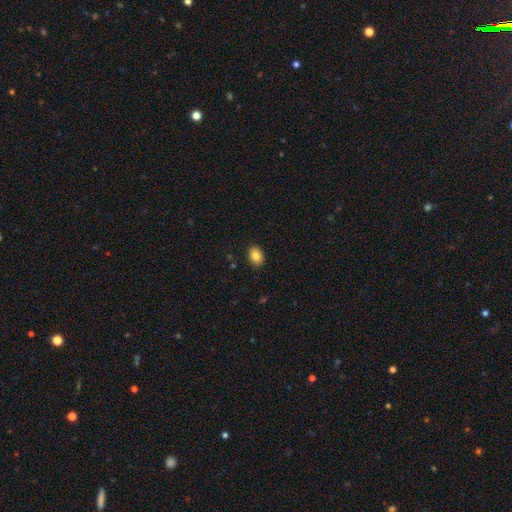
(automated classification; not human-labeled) Morphology: type=smooth (84%); roundness=in between (78%); merging=none (89%).